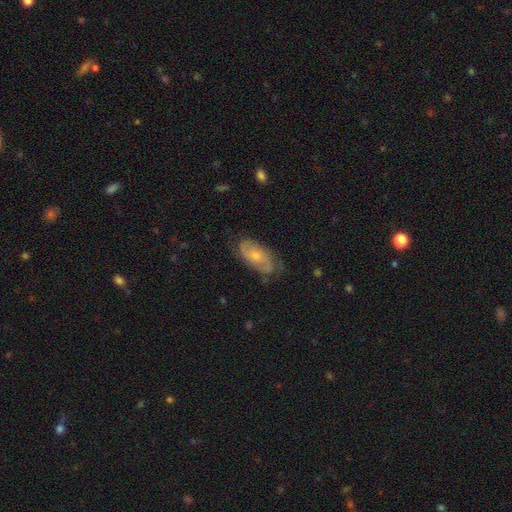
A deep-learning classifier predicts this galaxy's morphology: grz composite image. It shows a featured or disk galaxy (60%) with no bar (67%), spiral arms (85%) and a small central bulge (52%). Merging: none (67%).